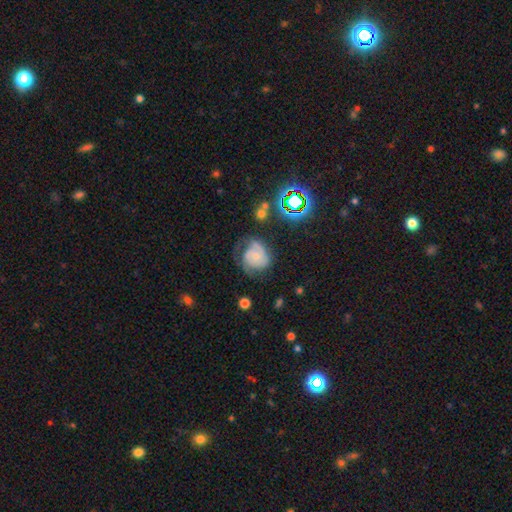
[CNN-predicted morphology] smooth_or_featured: featured or disk (p=0.61) [alt: smooth p=0.29]
disk_edge_on: no (p=0.97) [alt: yes p=0.03]
bar: no (p=0.74) [alt: weak p=0.22]
has_spiral_arms: yes (p=0.85) [alt: no p=0.15]
spiral_winding: tight (p=0.44) [alt: medium p=0.39]
spiral_arm_count: 2 (p=0.41) [alt: can't tell p=0.26]
bulge_size: small (p=0.61) [alt: moderate p=0.25]
merging: none (p=0.41) [alt: major disturbance p=0.28]